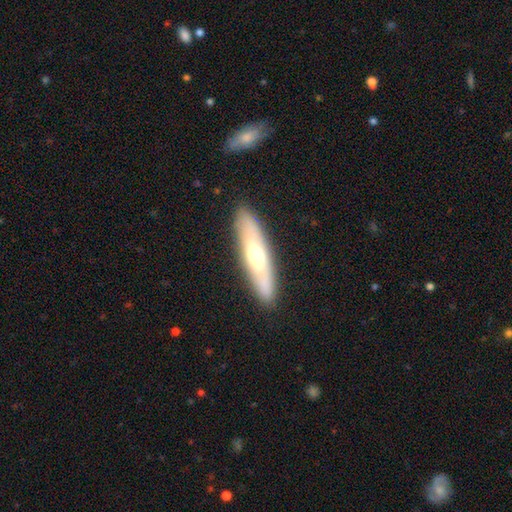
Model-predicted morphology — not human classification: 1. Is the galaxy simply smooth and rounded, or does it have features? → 49% smooth, 45% featured or disk, 6% star or artifact.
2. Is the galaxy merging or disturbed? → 88% none, 8% minor disturbance, 2% major disturbance, 1% merger.